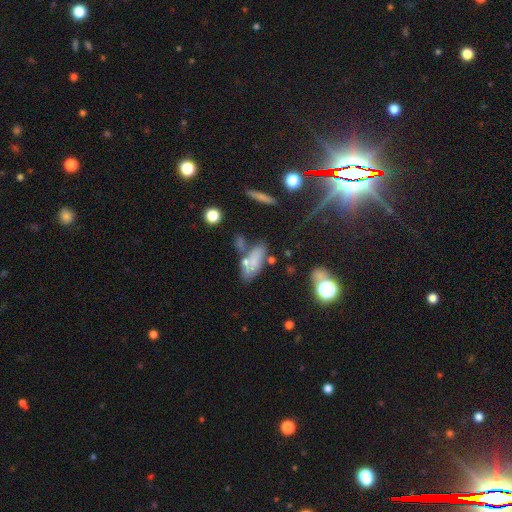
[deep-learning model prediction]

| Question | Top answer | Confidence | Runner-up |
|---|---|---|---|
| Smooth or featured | smooth | 67% | featured or disk (23%) |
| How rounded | in between | 77% | cigar-shaped (19%) |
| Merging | none | 51% | merger (22%) |